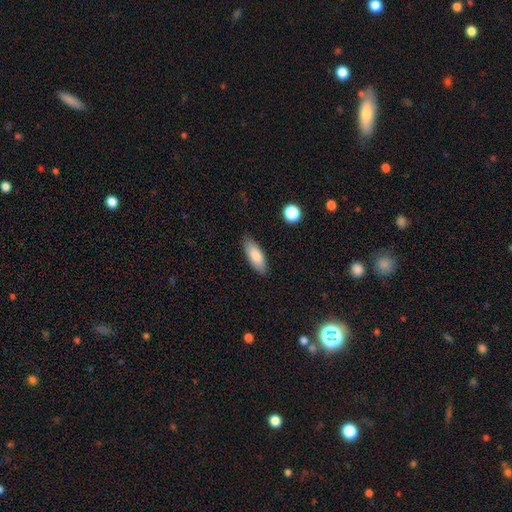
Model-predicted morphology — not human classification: smooth-or-featured: smooth: 84% | featured or disk: 10% | star or artifact: 6%
  how-rounded: in between: 74% | cigar-shaped: 24% | round: 2%
  merging: none: 85% | minor disturbance: 11% | major disturbance: 2% | merger: 1%